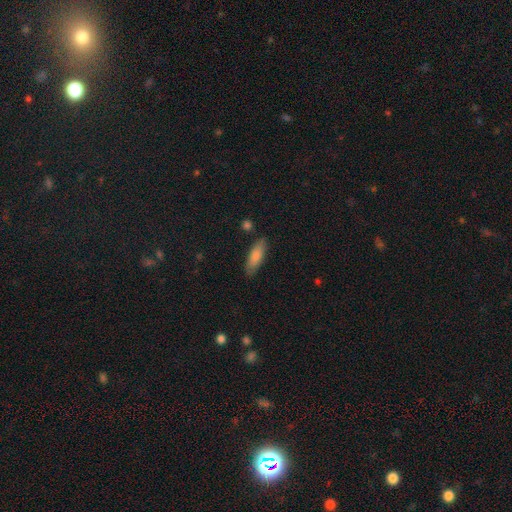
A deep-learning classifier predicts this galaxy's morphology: smooth_or_featured: smooth (p=0.83) [alt: featured or disk p=0.11]
how_rounded: in between (p=0.53) [alt: cigar-shaped p=0.45]
merging: none (p=0.82) [alt: minor disturbance p=0.13]